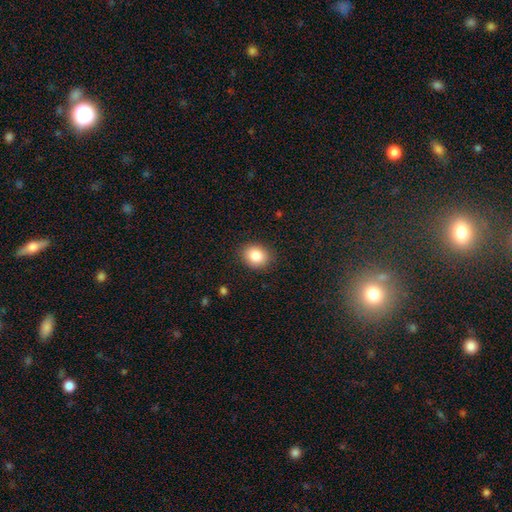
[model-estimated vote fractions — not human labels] Smooth or featured: smooth — 86% (star or artifact — 8%)
How rounded: round — 54% (in between — 45%)
Merging: none — 88% (minor disturbance — 8%)